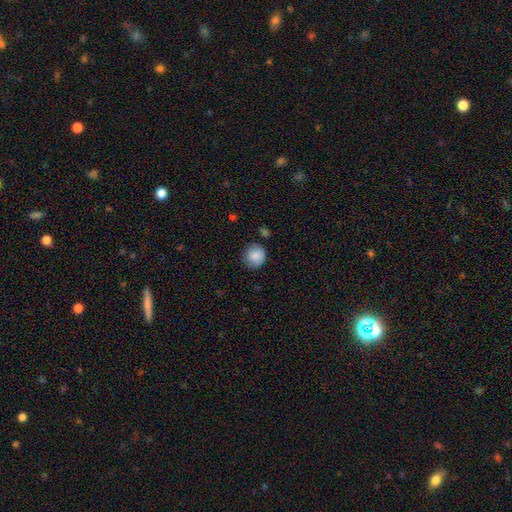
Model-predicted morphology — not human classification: Overall: smooth (88%). How rounded: round (90%). Merging: none (81%).